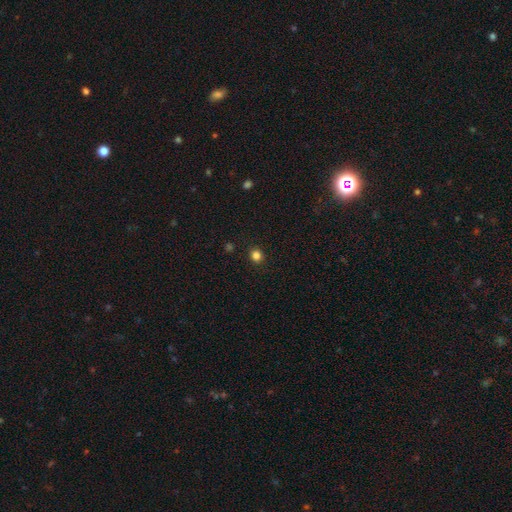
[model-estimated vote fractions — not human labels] Smooth or featured? smooth (82%)
How rounded? round (87%)
Merging? none (92%)